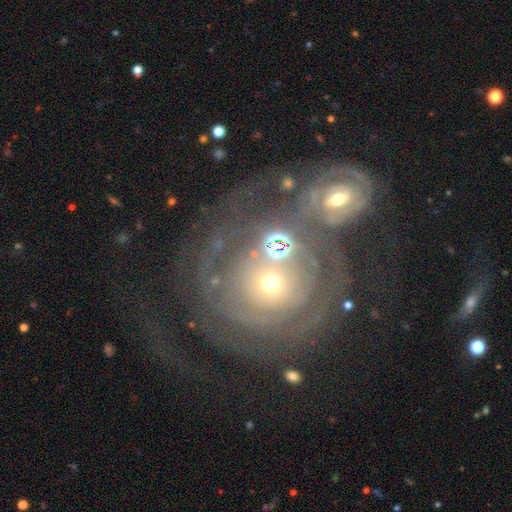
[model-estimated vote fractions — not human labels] smooth_or_featured: featured or disk (p=0.72) [alt: smooth p=0.18]
disk_edge_on: no (p=0.97) [alt: yes p=0.03]
bar: no (p=0.82) [alt: weak p=0.12]
has_spiral_arms: yes (p=0.75) [alt: no p=0.25]
spiral_winding: tight (p=0.70) [alt: medium p=0.21]
spiral_arm_count: can't tell (p=0.40) [alt: 2 p=0.23]
bulge_size: small (p=0.60) [alt: moderate p=0.32]
merging: none (p=0.46) [alt: merger p=0.25]